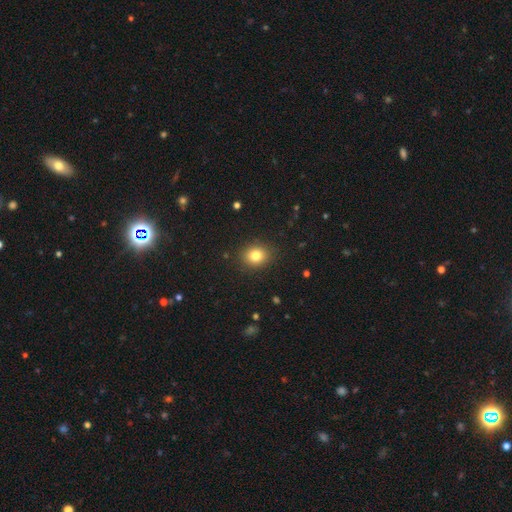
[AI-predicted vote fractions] Smooth or featured: smooth — 81% (star or artifact — 12%)
How rounded: round — 66% (in between — 33%)
Merging: none — 89% (minor disturbance — 7%)